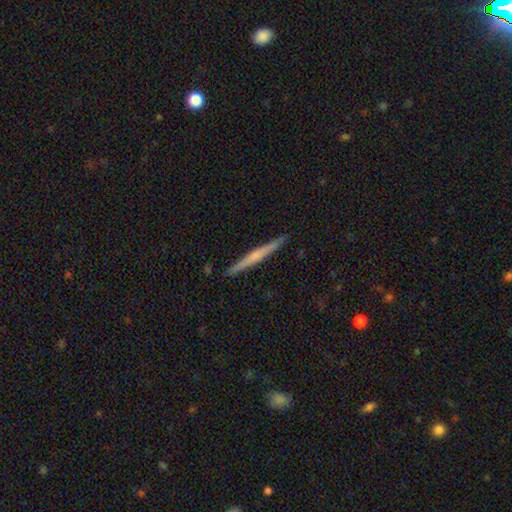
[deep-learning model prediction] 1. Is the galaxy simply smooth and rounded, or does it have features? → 58% featured or disk, 37% smooth, 5% star or artifact.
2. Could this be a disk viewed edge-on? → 98% yes, 2% no.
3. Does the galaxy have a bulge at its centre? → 50% none, 39% rounded, 11% boxy.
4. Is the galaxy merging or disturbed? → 92% none, 6% minor disturbance, 1% major disturbance, 1% merger.